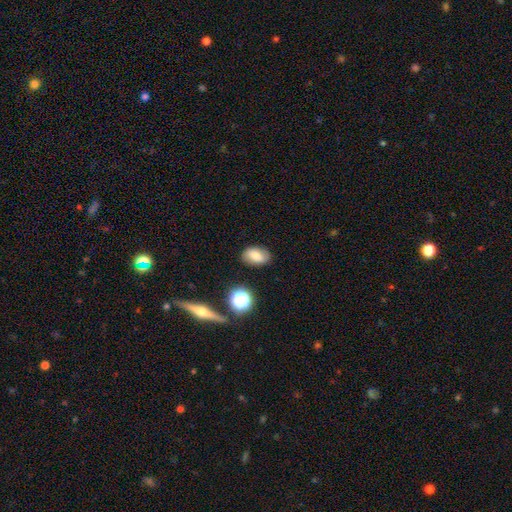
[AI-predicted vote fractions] Smooth or featured? smooth (72%)
How rounded? in between (85%)
Merging? none (82%)